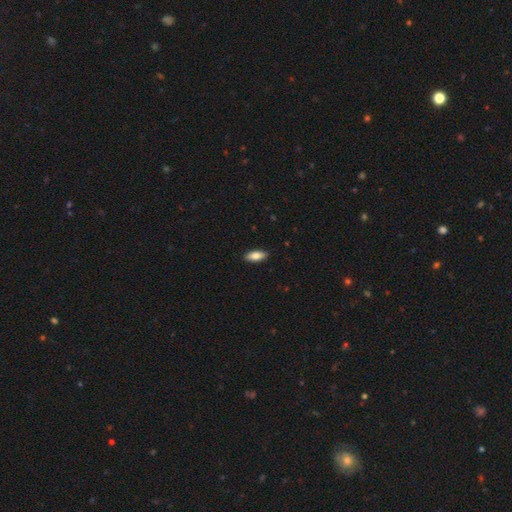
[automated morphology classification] smooth 82%, featured or disk 12%, star or artifact 6%. Down the decision tree: how rounded — in between (79%); merging — none (90%).